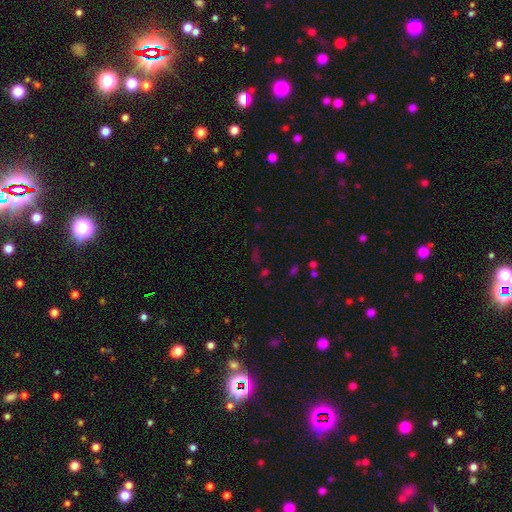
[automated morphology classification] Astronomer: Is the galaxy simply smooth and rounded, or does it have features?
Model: star or artifact — 56% (runner-up: smooth, 34%).